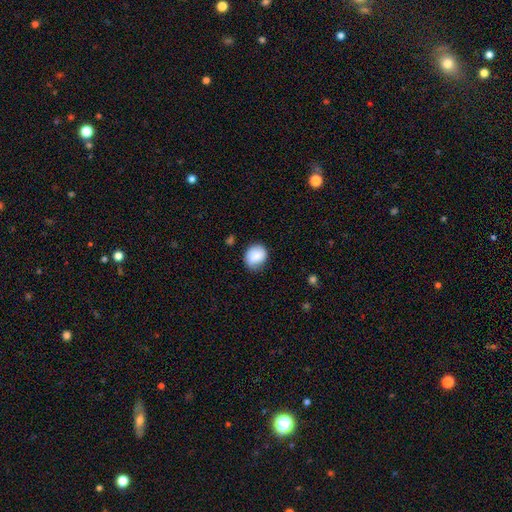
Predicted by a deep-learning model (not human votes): Smooth or featured? smooth (85%)
How rounded? round (66%)
Merging? none (70%)